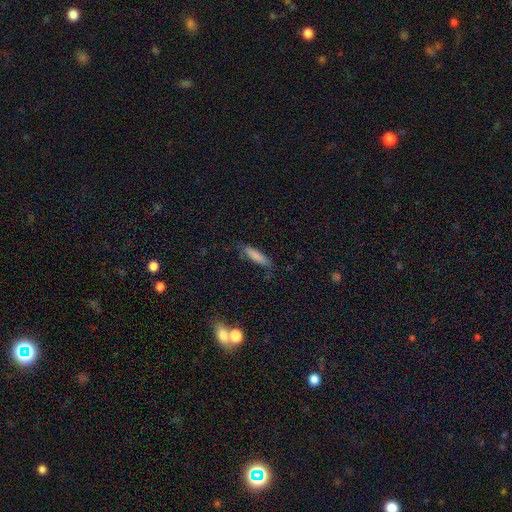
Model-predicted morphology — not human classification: smooth 83%, featured or disk 10%, star or artifact 7%. Down the decision tree: how rounded — cigar-shaped (74%); merging — none (76%).